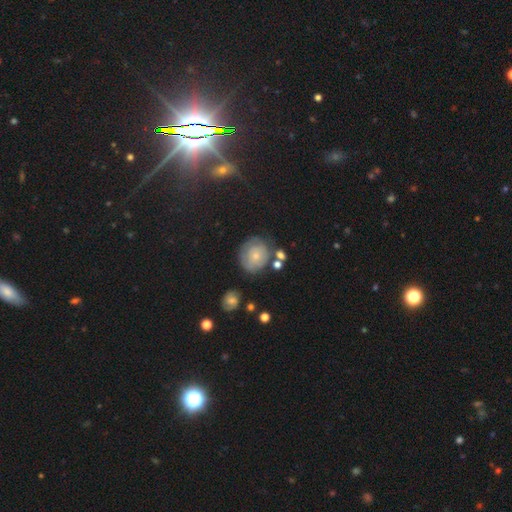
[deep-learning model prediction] A smooth galaxy with no disk features (49%). Merging: none (61%).